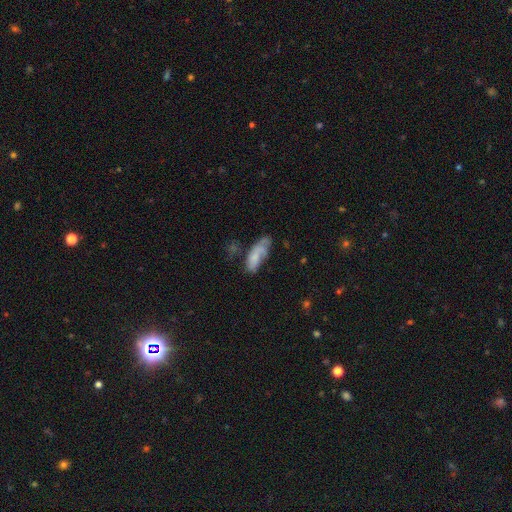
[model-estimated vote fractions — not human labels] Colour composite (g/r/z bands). It shows a smooth galaxy with no disk features (62%) that is in between round and cigar-shaped (73%). Merging: none (37%).